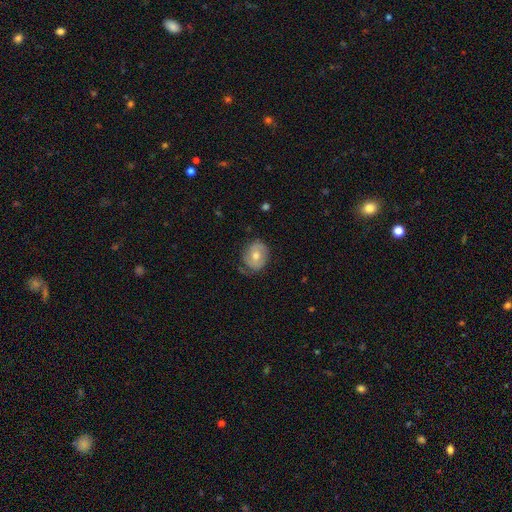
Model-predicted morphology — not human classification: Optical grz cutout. It shows a featured or disk galaxy (48%). Merging: none (69%).